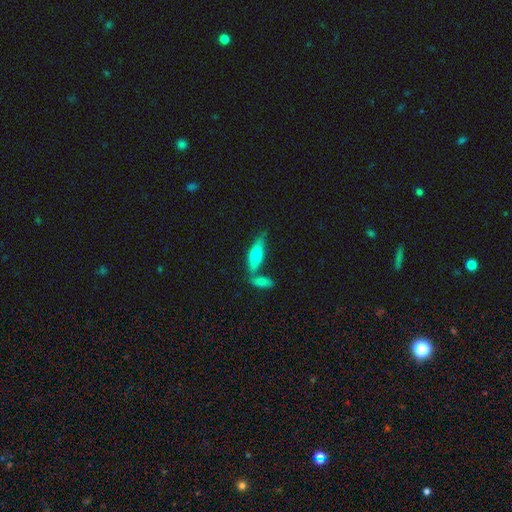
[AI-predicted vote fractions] Morphology: type=smooth (74%); roundness=in between (56%); merging=none (45%).